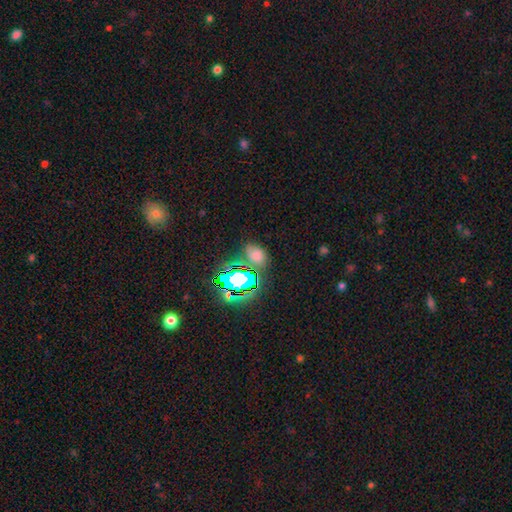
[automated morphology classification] smooth 55%, star or artifact 34%, featured or disk 11%. Down the decision tree: how rounded — in between (72%); merging — none (63%).